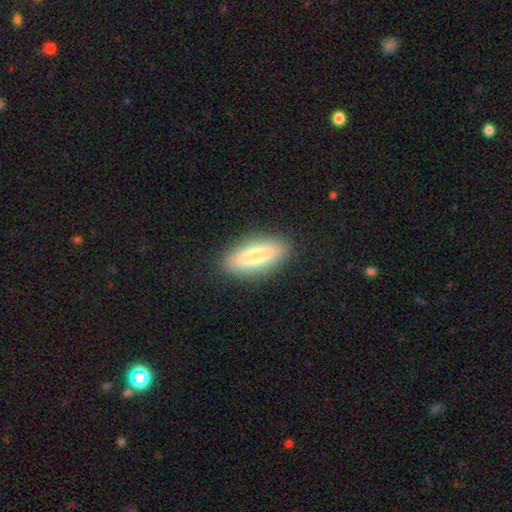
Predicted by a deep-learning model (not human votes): Overall: smooth (71%). How rounded: in between (70%). Merging: none (87%).